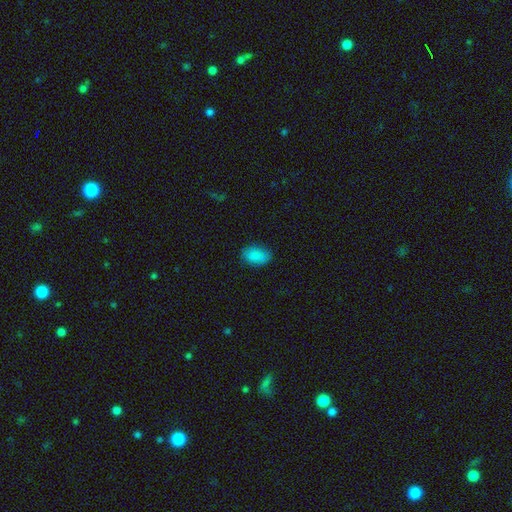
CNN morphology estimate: This is clearly a smooth galaxy (87%). How rounded: clearly in between (88%). Merging: clearly none (83%).